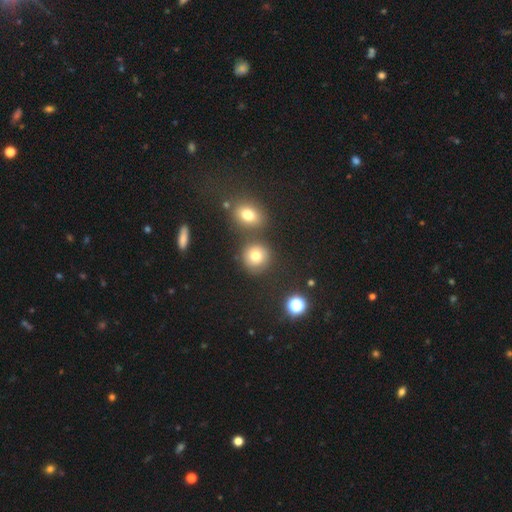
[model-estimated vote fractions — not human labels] This appears to be a smooth galaxy with no disk features (74%) that is round (87%). Merging: none (75%).